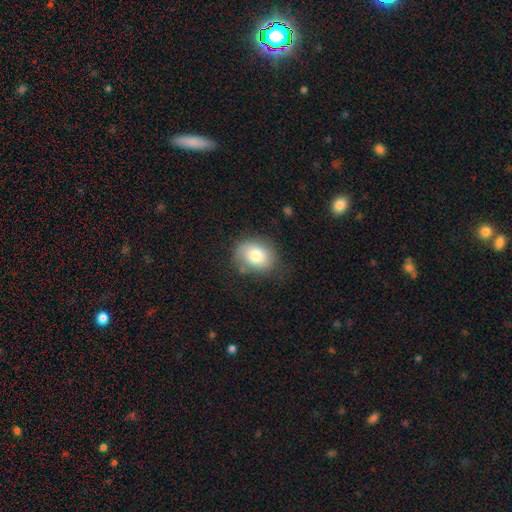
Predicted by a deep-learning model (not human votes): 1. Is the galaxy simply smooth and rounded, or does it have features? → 77% smooth, 14% featured or disk, 8% star or artifact.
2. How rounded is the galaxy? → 54% in between, 45% round, 1% cigar-shaped.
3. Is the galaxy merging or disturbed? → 71% none, 21% minor disturbance, 6% major disturbance, 2% merger.